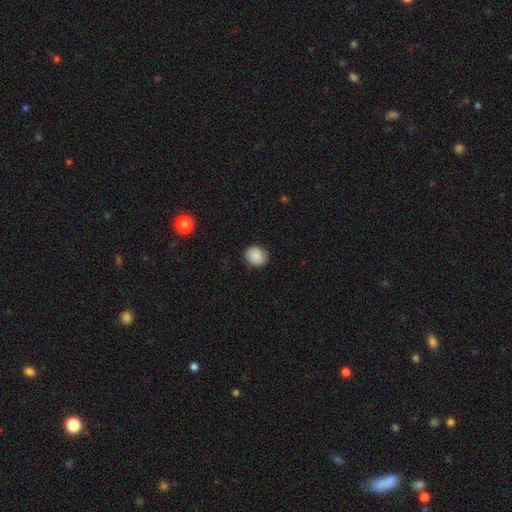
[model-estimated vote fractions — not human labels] Smooth or featured: smooth — 88% (star or artifact — 8%)
How rounded: round — 72% (in between — 27%)
Merging: none — 85% (minor disturbance — 11%)